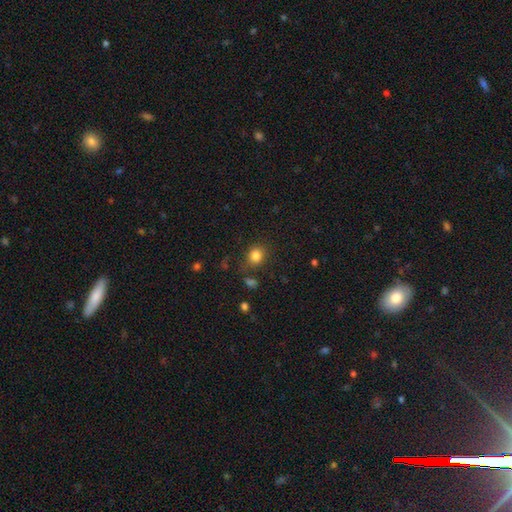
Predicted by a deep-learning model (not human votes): Smooth or featured?
  - smooth: 82% *
  - star or artifact: 12%
  - featured or disk: 6%
How rounded?
  - round: 72% *
  - in between: 27%
  - cigar-shaped: 1%
Merging?
  - none: 78% *
  - minor disturbance: 13%
  - major disturbance: 5%
  - merger: 4%